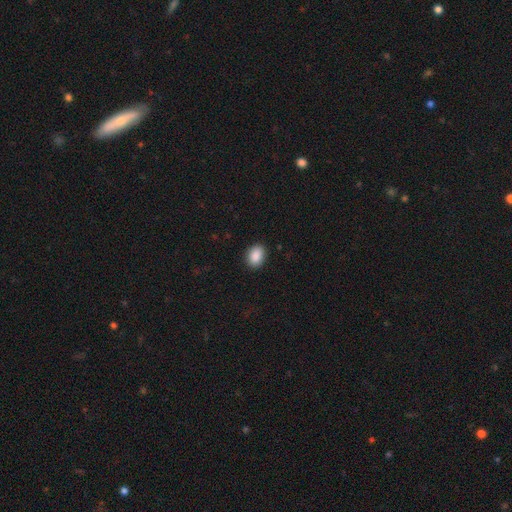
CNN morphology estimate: This appears to be a smooth galaxy with no disk features (90%) that is in between round and cigar-shaped (71%). Merging: none (89%).